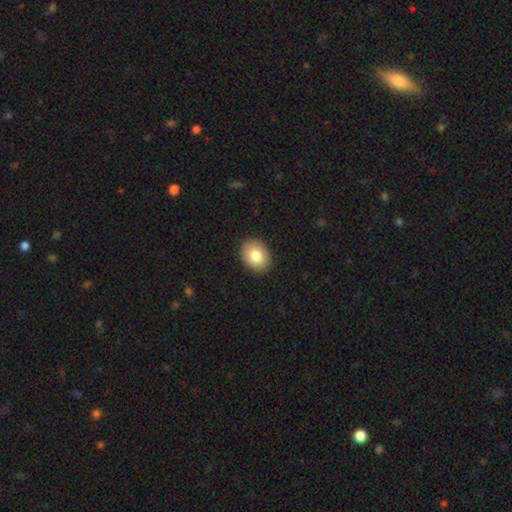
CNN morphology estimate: Smooth or featured? smooth (81%)
How rounded? in between (59%)
Merging? none (89%)